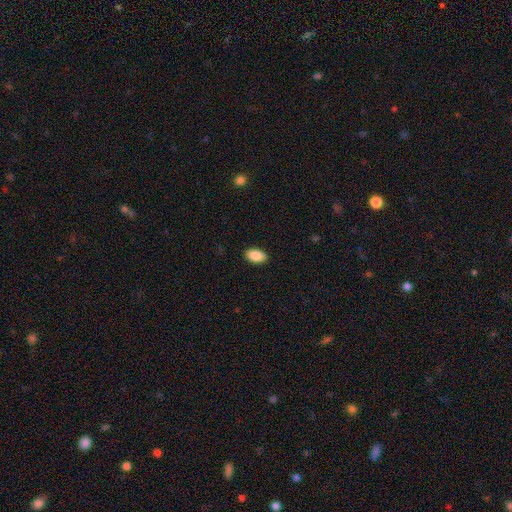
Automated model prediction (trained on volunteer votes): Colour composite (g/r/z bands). It shows a smooth galaxy with no disk features (88%) that is in between round and cigar-shaped (94%). Merging: none (90%).